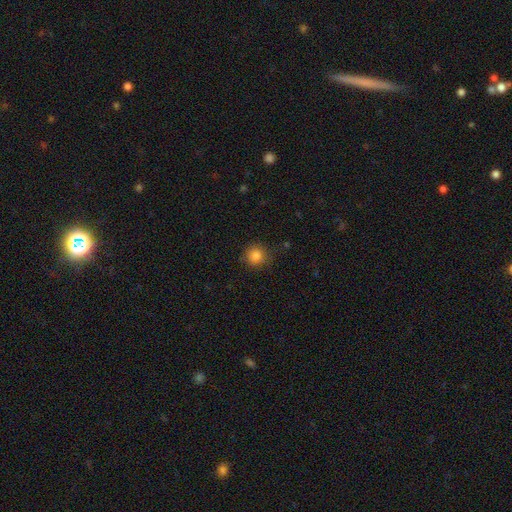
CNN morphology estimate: A smooth galaxy with no disk features (84%) that is round (91%). Merging: none (84%).